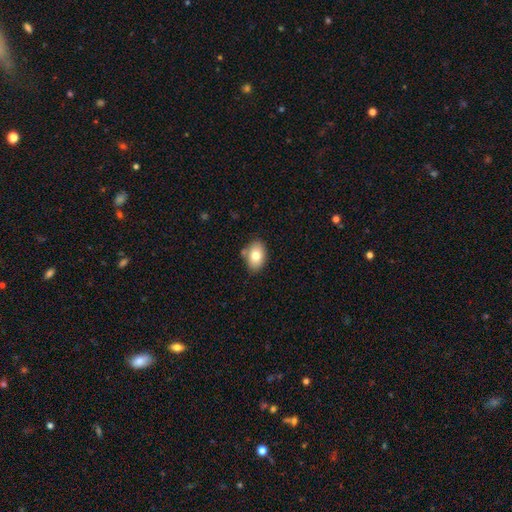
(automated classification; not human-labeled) Morphology: type=smooth (78%); roundness=in between (84%); merging=none (76%).